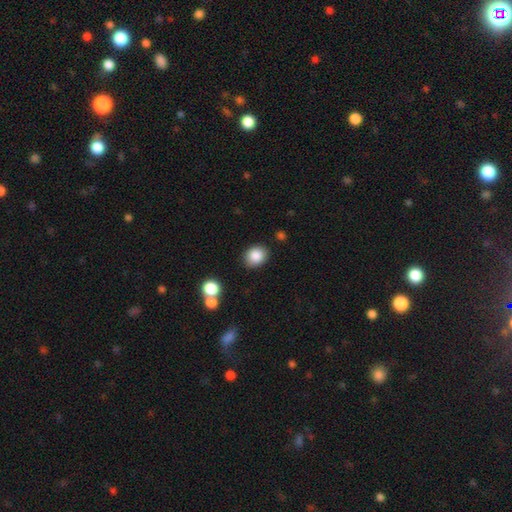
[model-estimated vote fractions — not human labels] Smooth or featured? smooth (86%)
How rounded? round (52%)
Merging? none (86%)